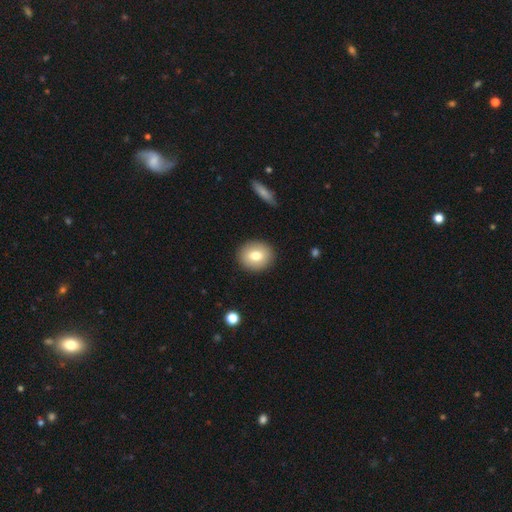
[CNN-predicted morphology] The model was most divided on "how rounded": round: 73%, in between: 26%, cigar-shaped: 1%. More confident: merging — none (90%); smooth or featured — smooth (78%).